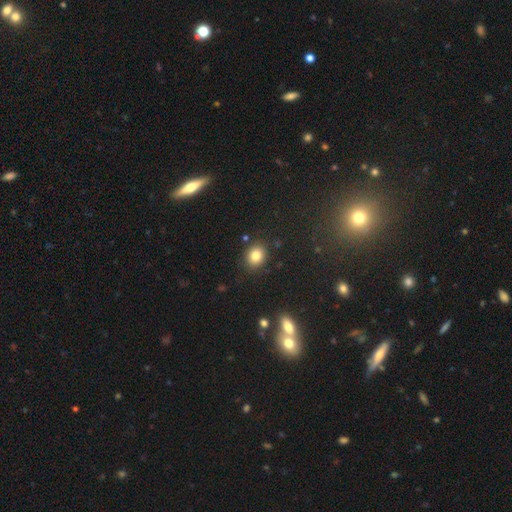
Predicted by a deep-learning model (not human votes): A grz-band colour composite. It shows a smooth galaxy with no disk features (81%) that is round (62%). Merging: none (86%).